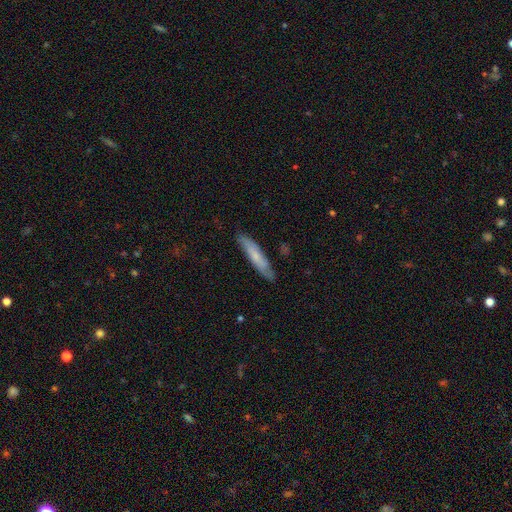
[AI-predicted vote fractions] smooth_or_featured: smooth (p=0.60) [alt: featured or disk p=0.34]
how_rounded: cigar-shaped (p=0.86) [alt: in between p=0.13]
merging: none (p=0.82) [alt: minor disturbance p=0.14]